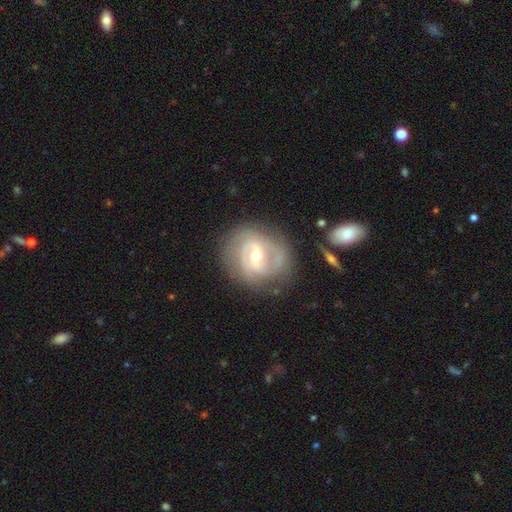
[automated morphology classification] type=featured or disk (78%); edge-on=no (97%); bar=weak (49%); spiral arms=yes (84%); winding=tight (49%); arm count=2 (54%); bulge=moderate (63%); merging=none (70%).